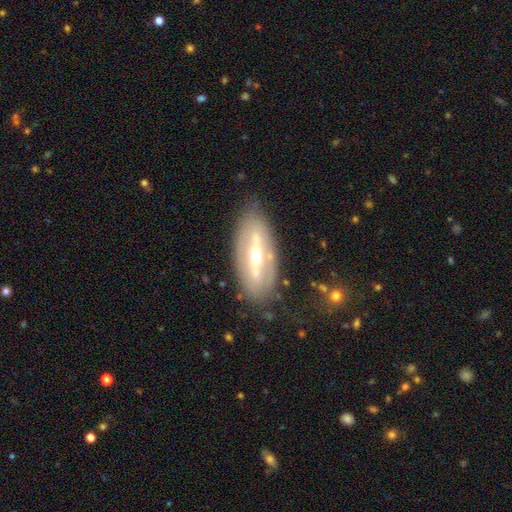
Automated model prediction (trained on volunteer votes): The model was most divided on "spiral arms": no: 61%, yes: 39%. More confident: merging — none (80%); edge-on disk — no (78%); smooth or featured — featured or disk (72%); bulge size — moderate (61%); bar — strong (57%).